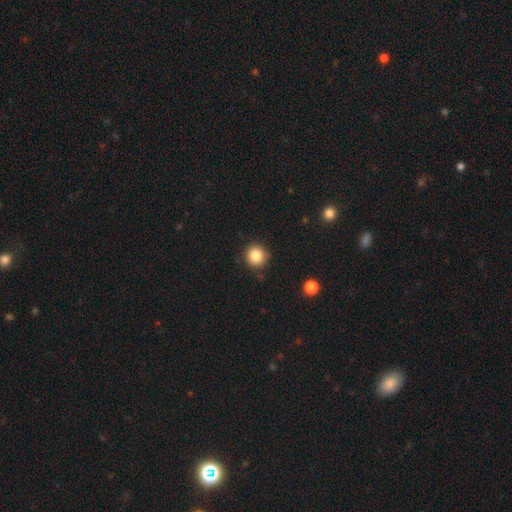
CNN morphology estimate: Smooth or featured: smooth — 84% (star or artifact — 11%)
How rounded: round — 92% (in between — 7%)
Merging: none — 88% (minor disturbance — 8%)